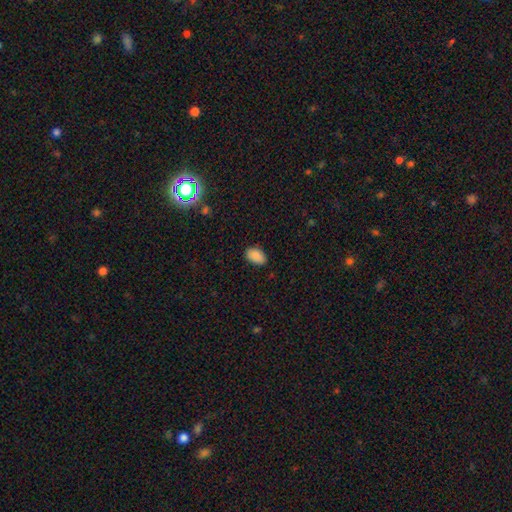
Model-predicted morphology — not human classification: smooth 88%, star or artifact 8%, featured or disk 5%. Down the decision tree: how rounded — in between (91%); merging — none (84%).